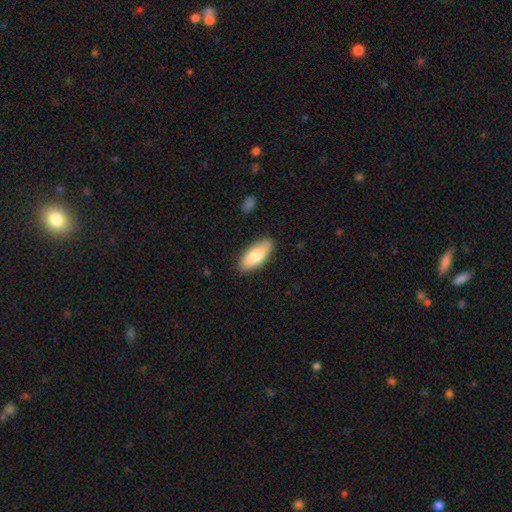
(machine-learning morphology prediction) This appears to be a smooth galaxy with no disk features (77%) that is in between round and cigar-shaped (82%). Merging: none (86%).